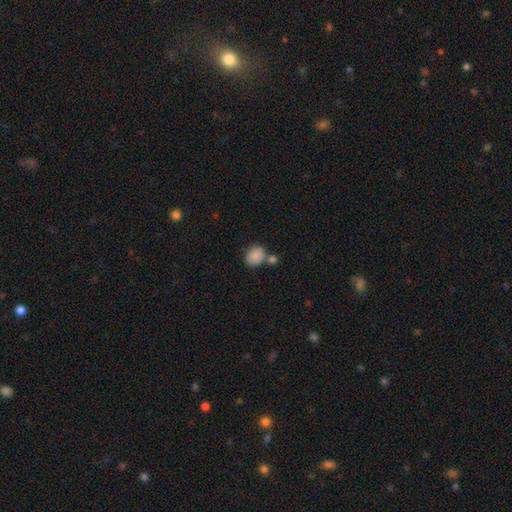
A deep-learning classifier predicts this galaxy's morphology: smooth-or-featured: smooth: 87% | star or artifact: 8% | featured or disk: 5%
  how-rounded: in between: 58% | round: 41% | cigar-shaped: 1%
  merging: none: 59% | merger: 23% | minor disturbance: 14% | major disturbance: 4%